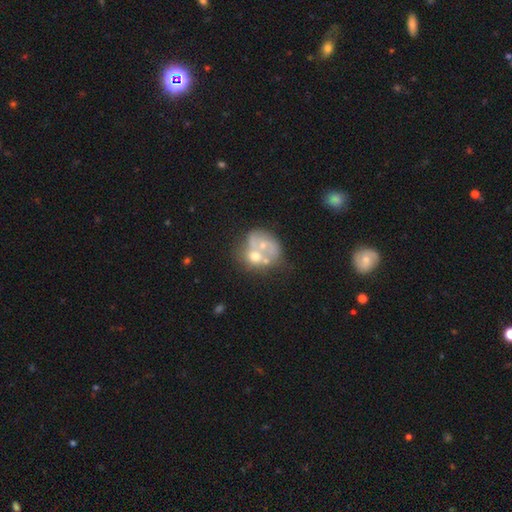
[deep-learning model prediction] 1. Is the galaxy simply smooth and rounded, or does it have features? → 53% featured or disk, 35% smooth, 13% star or artifact.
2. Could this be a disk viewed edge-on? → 98% no, 2% yes.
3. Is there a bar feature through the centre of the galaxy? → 89% no, 9% weak, 3% strong.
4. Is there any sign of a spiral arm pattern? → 81% no, 19% yes.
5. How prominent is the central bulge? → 47% moderate, 32% small, 15% none, 4% large, 2% dominant.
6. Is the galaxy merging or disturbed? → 48% merger, 27% none, 13% minor disturbance, 12% major disturbance.